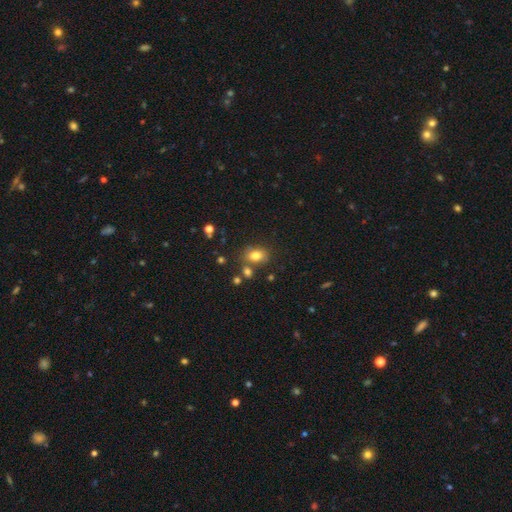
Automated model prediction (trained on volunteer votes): smooth-or-featured: smooth: 79% | star or artifact: 11% | featured or disk: 9%
  how-rounded: in between: 69% | round: 30% | cigar-shaped: 1%
  merging: none: 71% | minor disturbance: 13% | merger: 12% | major disturbance: 4%